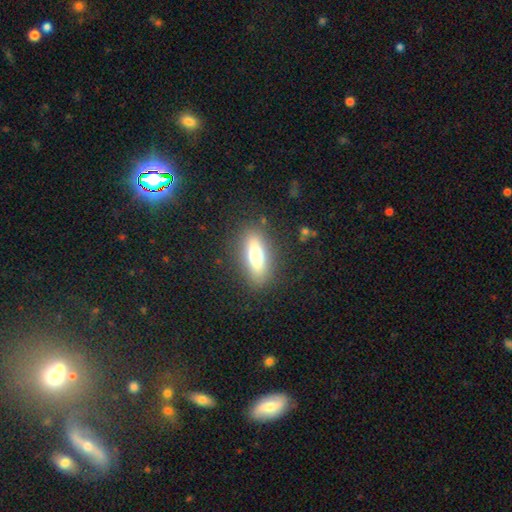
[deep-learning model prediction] smooth 63%, featured or disk 27%, star or artifact 9%. Down the decision tree: how rounded — in between (62%); merging — none (84%).